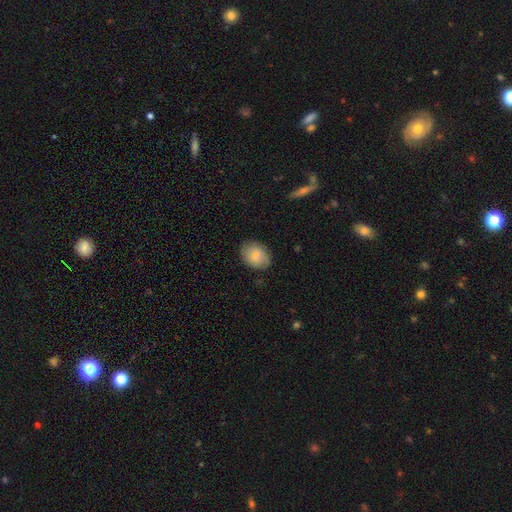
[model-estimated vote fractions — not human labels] A smooth galaxy with no disk features (83%) that is in between round and cigar-shaped (59%). Merging: none (83%).